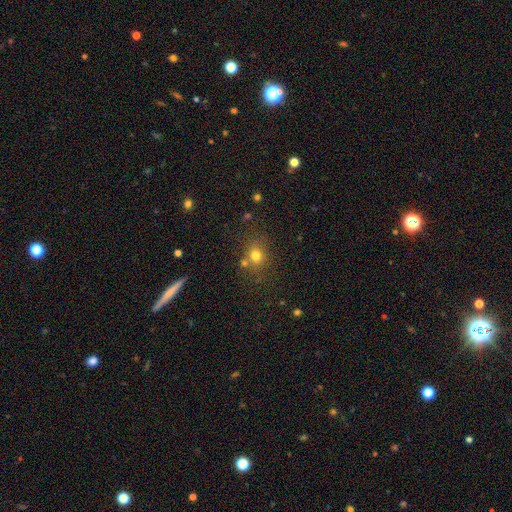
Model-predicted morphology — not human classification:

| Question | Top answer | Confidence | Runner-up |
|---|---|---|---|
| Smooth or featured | smooth | 75% | star or artifact (16%) |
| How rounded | round | 72% | in between (27%) |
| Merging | none | 70% | merger (13%) |